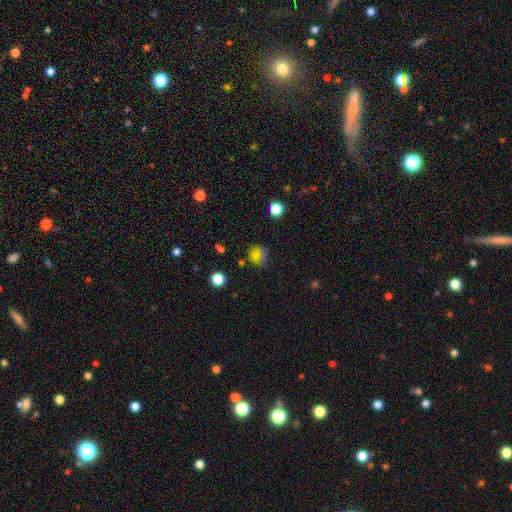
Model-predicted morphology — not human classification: The model was most divided on "smooth or featured": smooth: 63%, star or artifact: 25%, featured or disk: 11%. More confident: how rounded — round (80%); merging — none (70%).